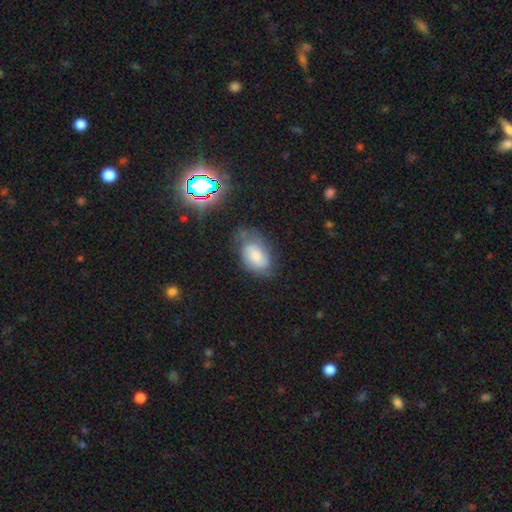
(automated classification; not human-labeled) Smooth or featured: smooth — 58% (featured or disk — 32%)
How rounded: in between — 87% (round — 11%)
Merging: none — 49% (minor disturbance — 31%)